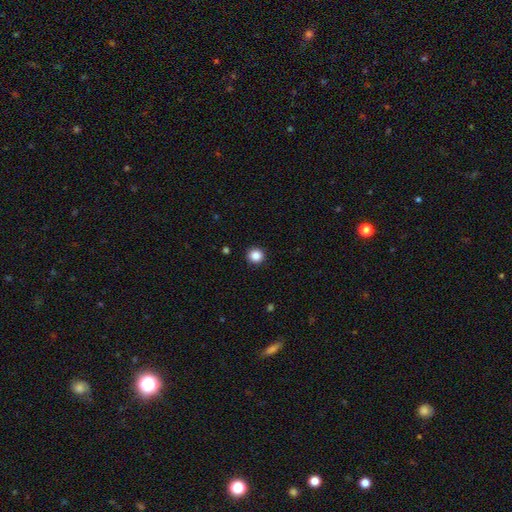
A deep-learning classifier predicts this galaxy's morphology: Overall: smooth (86%). How rounded: round (94%). Merging: none (92%).